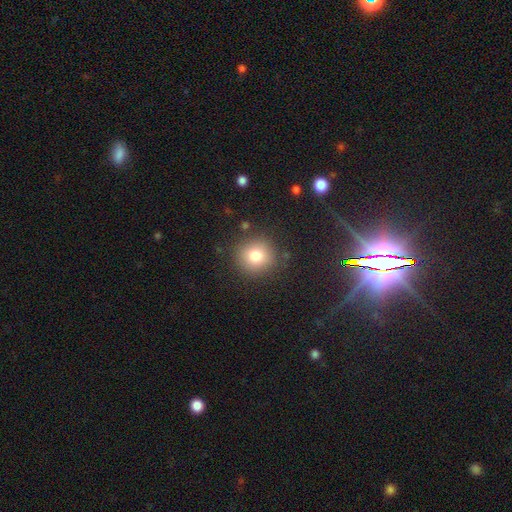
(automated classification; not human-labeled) The model was most divided on "smooth or featured": smooth: 79%, star or artifact: 12%, featured or disk: 9%. More confident: how rounded — round (91%); merging — none (87%).